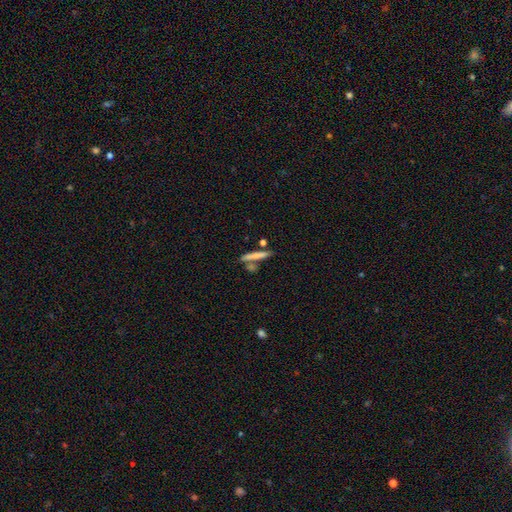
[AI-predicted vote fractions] smooth-or-featured: smooth: 65% | featured or disk: 27% | star or artifact: 8%
  how-rounded: cigar-shaped: 89% | in between: 9% | round: 3%
  merging: none: 63% | merger: 22% | minor disturbance: 11% | major disturbance: 4%